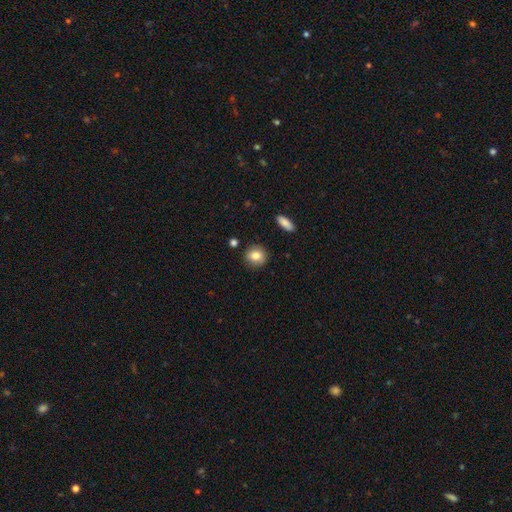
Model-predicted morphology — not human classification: Smooth or featured?
  - smooth: 82% *
  - featured or disk: 10%
  - star or artifact: 8%
How rounded?
  - round: 84% *
  - in between: 15%
  - cigar-shaped: 1%
Merging?
  - none: 87% *
  - minor disturbance: 9%
  - major disturbance: 2%
  - merger: 2%